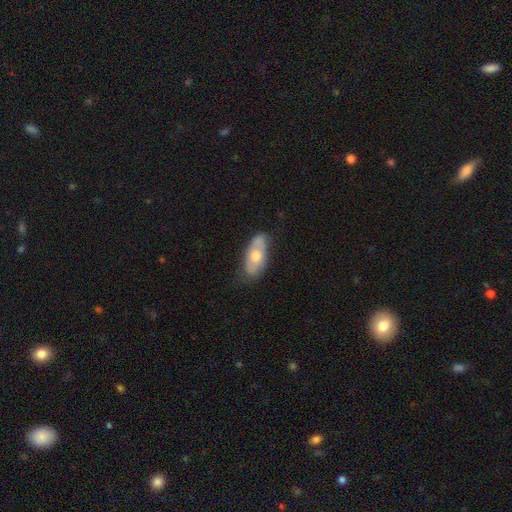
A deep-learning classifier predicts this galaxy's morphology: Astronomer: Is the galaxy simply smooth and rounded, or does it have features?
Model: smooth — 55% (runner-up: featured or disk, 40%).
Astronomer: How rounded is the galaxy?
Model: in between — 88%.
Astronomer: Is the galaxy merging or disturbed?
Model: none — 73%.